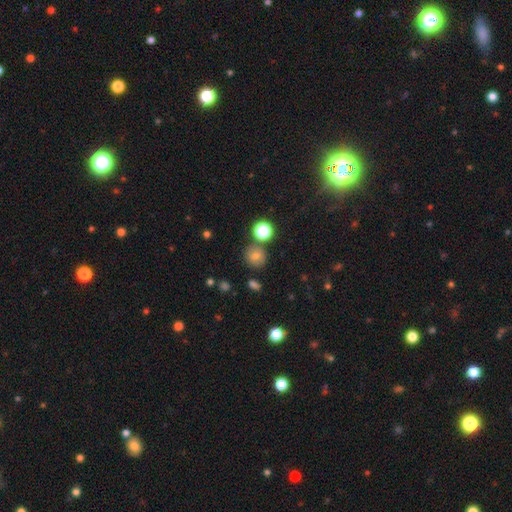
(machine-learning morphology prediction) type=smooth (73%); roundness=round (86%); merging=none (76%).